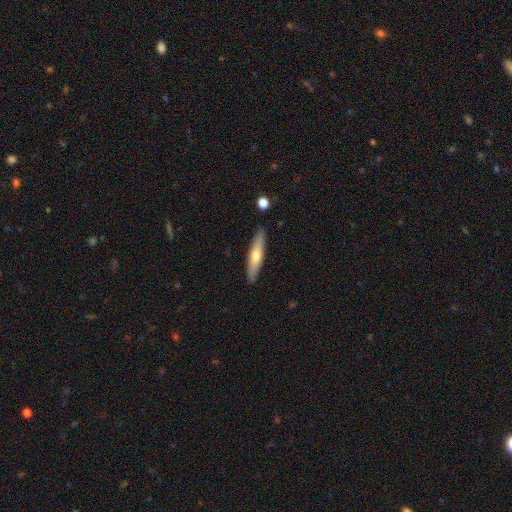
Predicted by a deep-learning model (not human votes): A smooth galaxy with no disk features (55%) that is cigar-shaped (84%). Merging: none (88%).